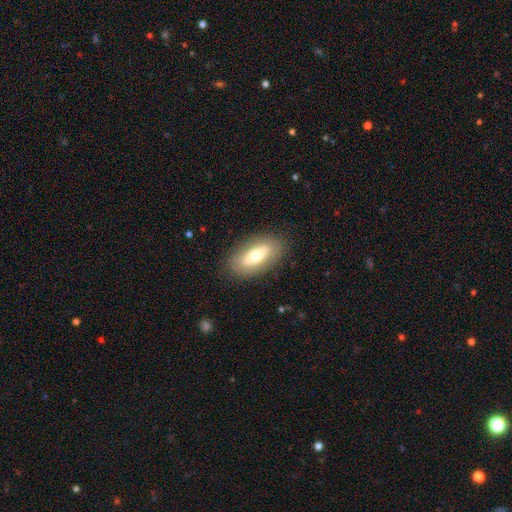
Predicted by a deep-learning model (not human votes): This appears to be a smooth galaxy with no disk features (61%) that is in between round and cigar-shaped (85%). Merging: none (85%).